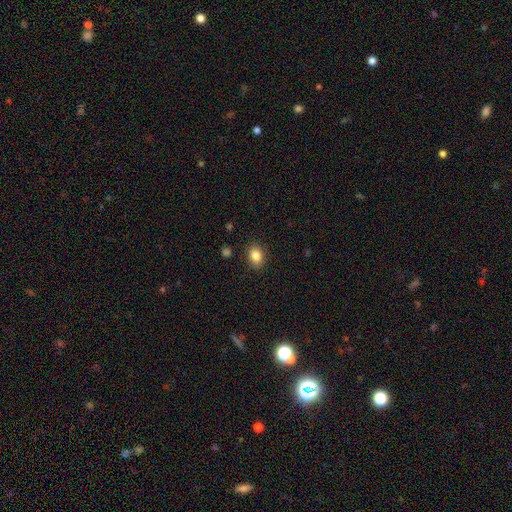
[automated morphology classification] Smooth or featured: smooth — 85% (star or artifact — 10%)
How rounded: in between — 68% (round — 31%)
Merging: none — 87% (minor disturbance — 9%)